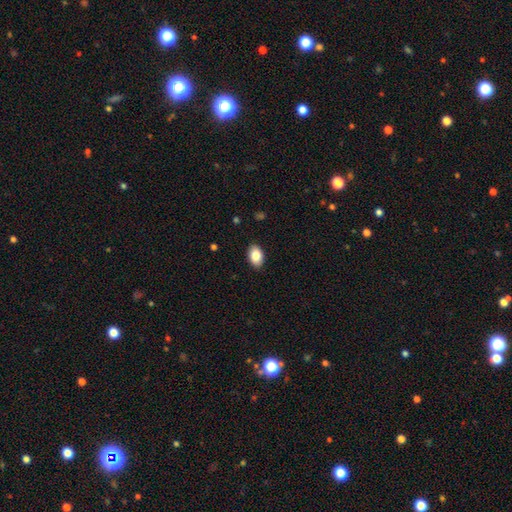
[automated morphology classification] smooth 85%, featured or disk 8%, star or artifact 7%. Down the decision tree: how rounded — in between (89%); merging — none (89%).